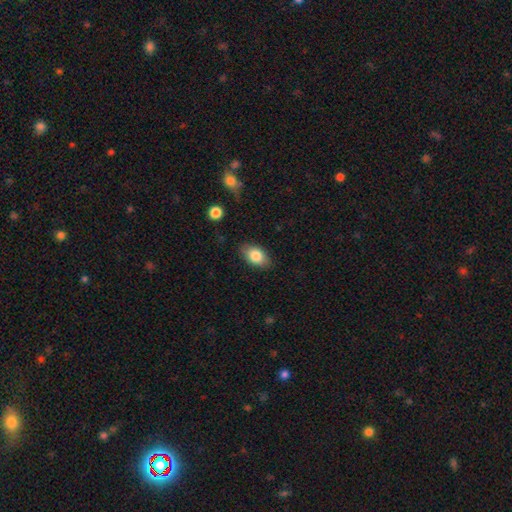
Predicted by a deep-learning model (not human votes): Smooth or featured? Predicted: smooth (p=0.82). How rounded? Predicted: in between (p=0.89). Merging? Predicted: none (p=0.84).